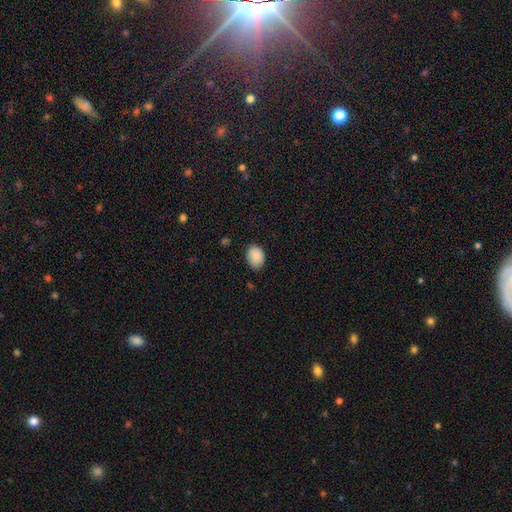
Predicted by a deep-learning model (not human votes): smooth 89%, star or artifact 7%, featured or disk 4%. Down the decision tree: how rounded — in between (77%); merging — none (79%).